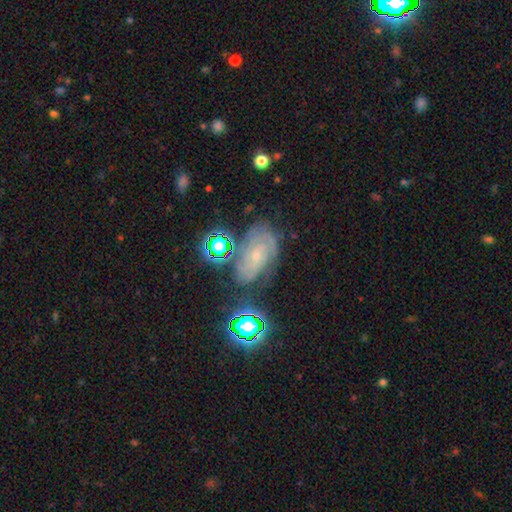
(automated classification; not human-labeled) Smooth or featured? featured or disk (74%)
Edge-on disk? no (96%)
Bar? no (63%)
Spiral arms? yes (96%)
Spiral winding? tight (70%)
Spiral arm count? can't tell (31%)
Bulge size? small (80%)
Merging? none (70%)